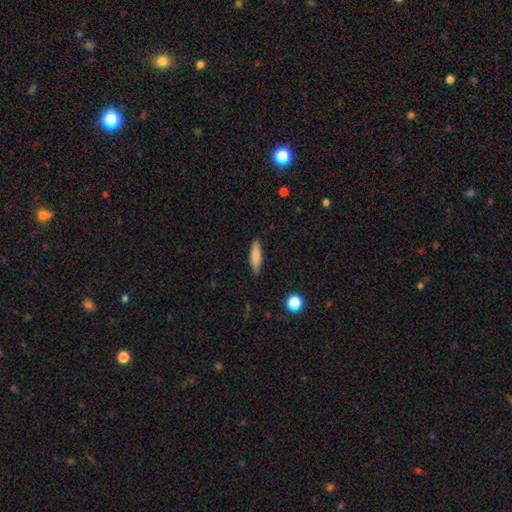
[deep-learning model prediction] Overall: smooth (82%). How rounded: cigar-shaped (63%; in between 35%). Merging: none (85%).